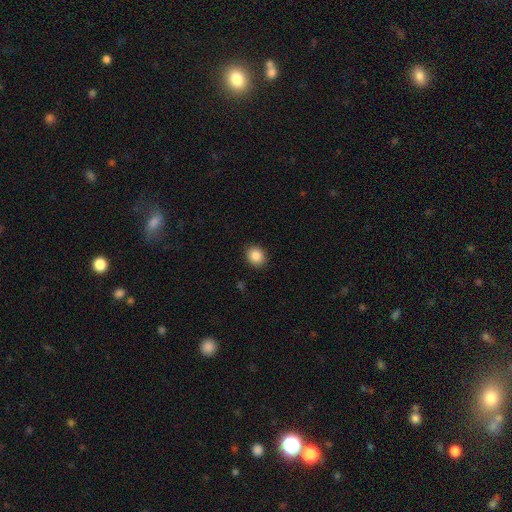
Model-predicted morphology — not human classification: smooth_or_featured: smooth (p=0.87) [alt: star or artifact p=0.09]
how_rounded: round (p=0.68) [alt: in between p=0.31]
merging: none (p=0.90) [alt: minor disturbance p=0.07]